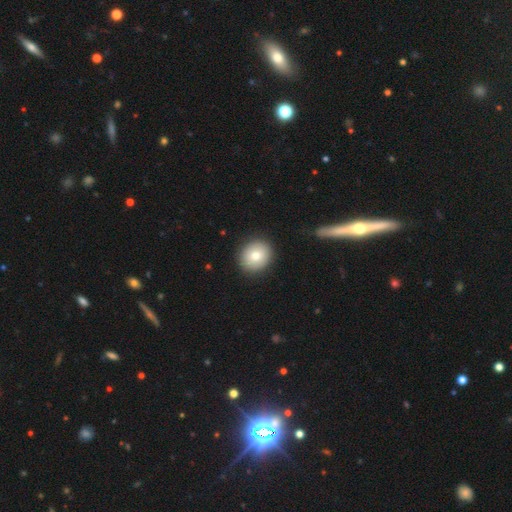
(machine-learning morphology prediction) Smooth or featured: smooth — 79% (featured or disk — 13%)
How rounded: round — 77% (in between — 22%)
Merging: none — 90% (minor disturbance — 7%)